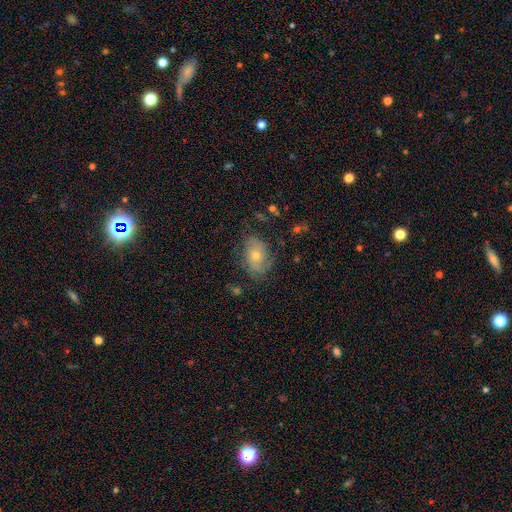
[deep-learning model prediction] A featured or disk galaxy (56%) with no bar (81%), spiral arms (77%) and a moderate central bulge (49%).

Vote fractions:
- Smooth or featured? featured or disk: 56% / smooth: 32% / star or artifact: 12%
- Edge-on disk? no: 95% / yes: 5%
- Bar? no: 81% / weak: 15% / strong: 3%
- Spiral arms? yes: 77% / no: 23%
- Bulge size? moderate: 49% / small: 46% / large: 2% / none: 1% / dominant: 1%
- Merging? none: 66% / minor disturbance: 22% / major disturbance: 10% / merger: 2%